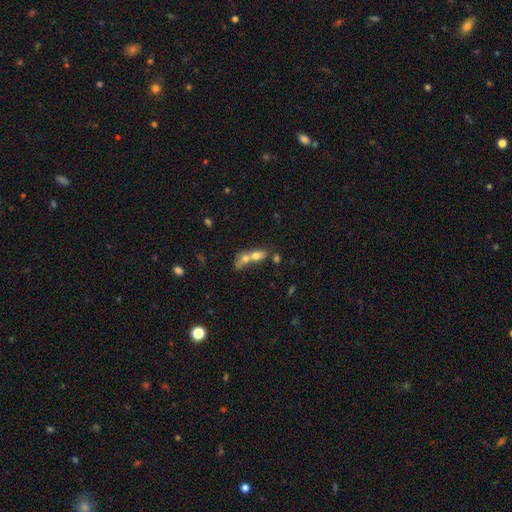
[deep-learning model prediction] This appears to be a smooth galaxy with no disk features (65%) that is in between round and cigar-shaped (62%). Merging: merger (73%).